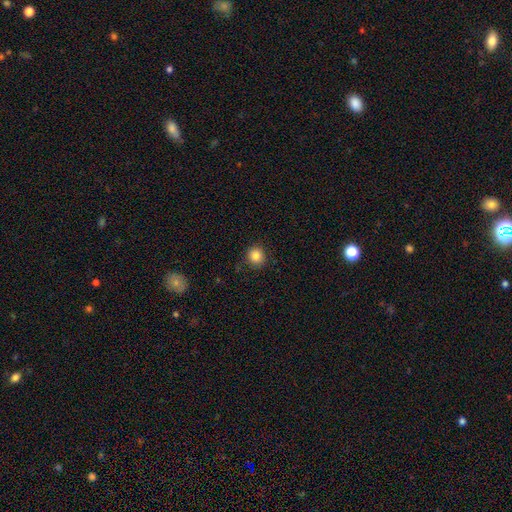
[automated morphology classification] A smooth galaxy with no disk features (86%) that is round (91%).

Vote fractions:
- Smooth or featured? smooth: 86% / star or artifact: 10% / featured or disk: 4%
- How rounded? round: 91% / in between: 9% / cigar-shaped: 1%
- Merging? none: 88% / minor disturbance: 9% / major disturbance: 2% / merger: 1%